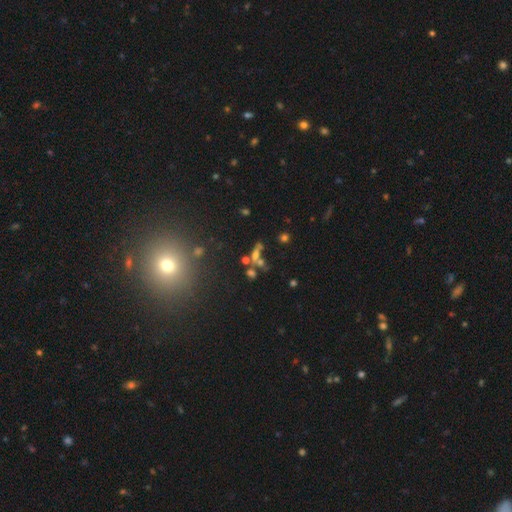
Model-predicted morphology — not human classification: A smooth galaxy with no disk features (42%). Merging: none (41%).